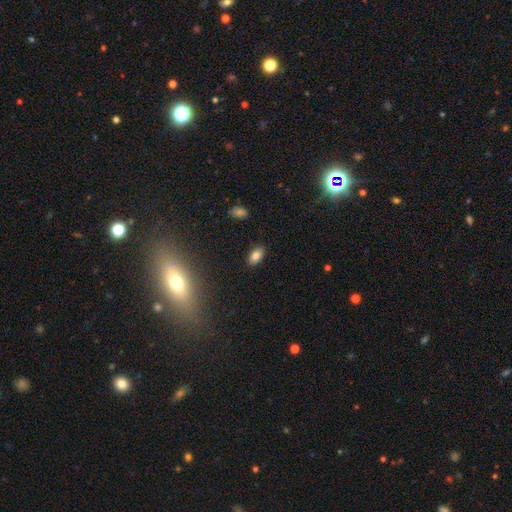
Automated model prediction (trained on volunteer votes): Smooth or featured? Predicted: smooth (p=0.81). How rounded? Predicted: in between (p=0.91). Merging? Predicted: none (p=0.88).